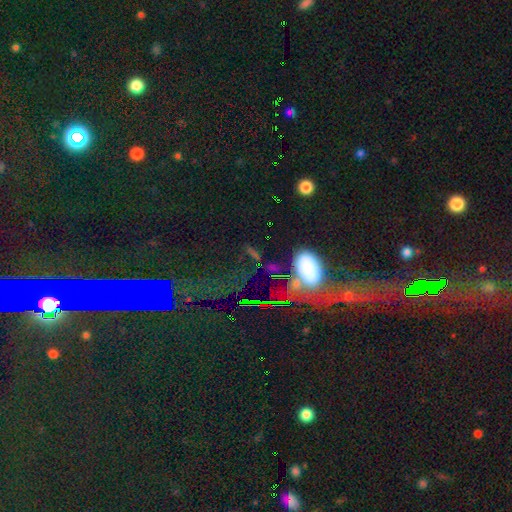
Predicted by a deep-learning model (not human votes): Smooth or featured: smooth — 40% (tied with star or artifact — 40%)
Merging: none — 48% (minor disturbance — 18%)